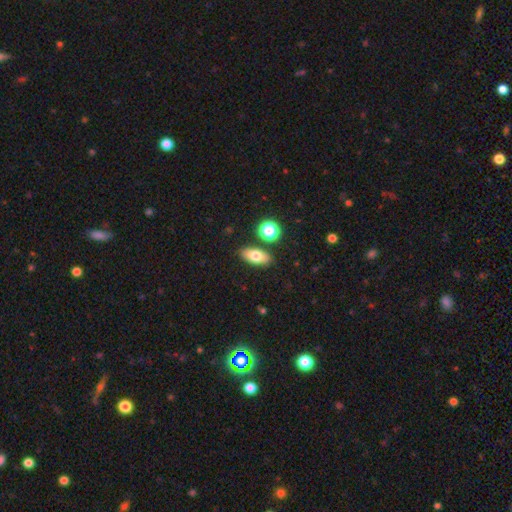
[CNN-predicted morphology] A smooth galaxy with no disk features (74%) that is in between round and cigar-shaped (84%). Merging: none (84%).